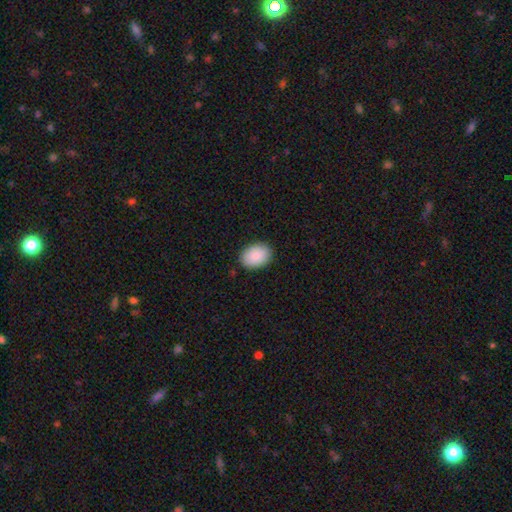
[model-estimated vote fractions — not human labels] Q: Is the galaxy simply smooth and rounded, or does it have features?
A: smooth — 90%.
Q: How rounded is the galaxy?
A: in between — 77%.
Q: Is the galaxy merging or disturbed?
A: none — 88%.